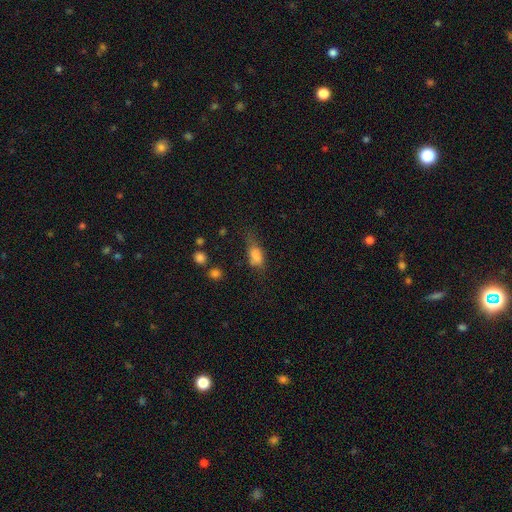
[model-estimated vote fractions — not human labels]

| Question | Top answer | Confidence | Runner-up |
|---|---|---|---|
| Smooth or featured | smooth | 75% | featured or disk (13%) |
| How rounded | in between | 79% | cigar-shaped (13%) |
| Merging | none | 34% | minor disturbance (32%) |